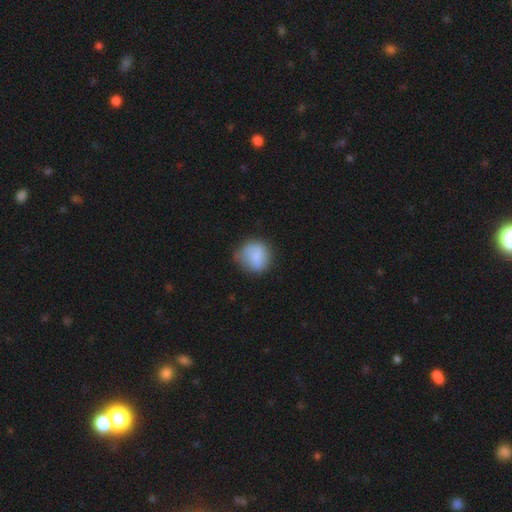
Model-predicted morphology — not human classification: smooth 75%, featured or disk 17%, star or artifact 7%. Down the decision tree: how rounded — round (83%); merging — none (61%).